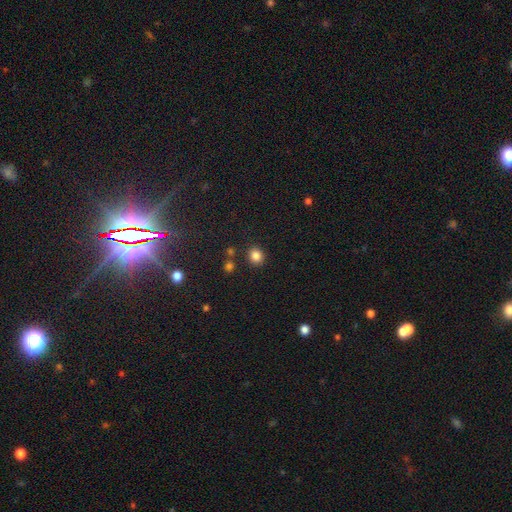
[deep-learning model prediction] smooth_or_featured: smooth (p=0.84) [alt: star or artifact p=0.12]
how_rounded: round (p=0.76) [alt: in between p=0.23]
merging: none (p=0.84) [alt: minor disturbance p=0.08]